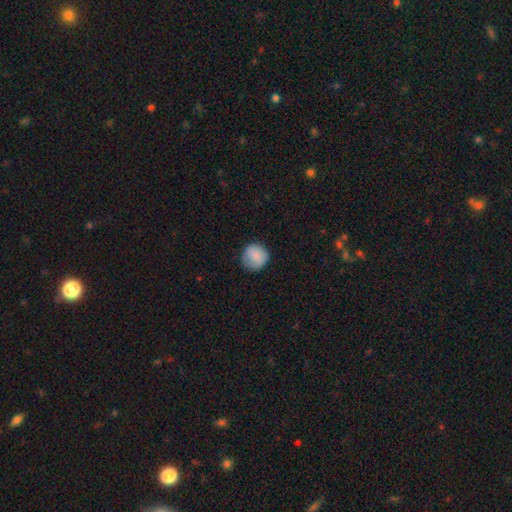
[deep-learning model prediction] Overall: smooth (86%). How rounded: round (92%). Merging: none (81%).